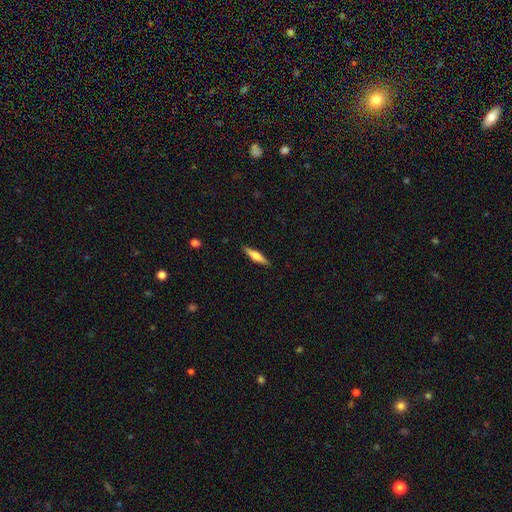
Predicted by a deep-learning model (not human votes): This appears to be a smooth galaxy with no disk features (53%) that is cigar-shaped (80%). Merging: none (90%).